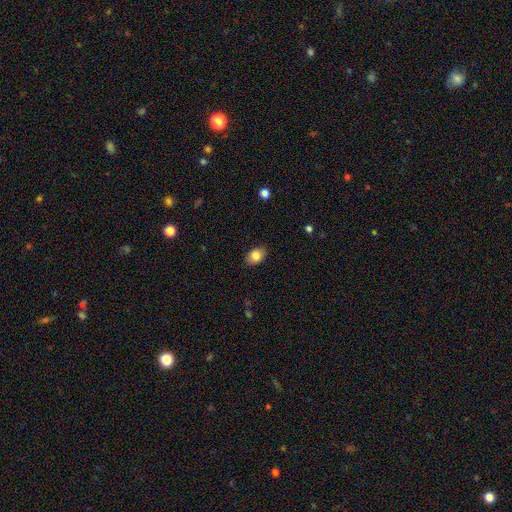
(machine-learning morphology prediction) smooth 82%, featured or disk 10%, star or artifact 8%. Down the decision tree: how rounded — in between (82%); merging — none (85%).